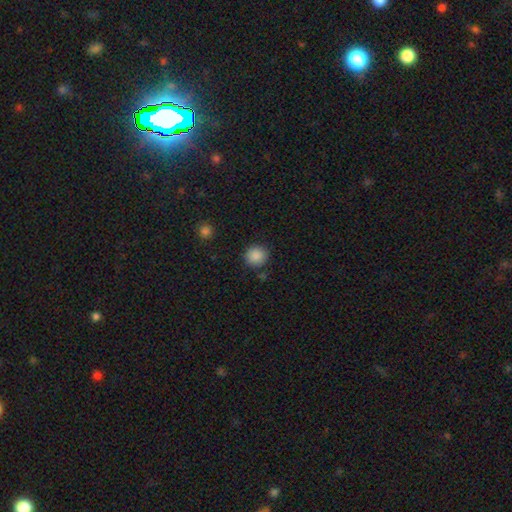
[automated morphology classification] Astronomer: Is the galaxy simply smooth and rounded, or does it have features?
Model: smooth — 88%.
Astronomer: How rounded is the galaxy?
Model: round — 92%.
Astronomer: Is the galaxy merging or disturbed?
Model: none — 87%.